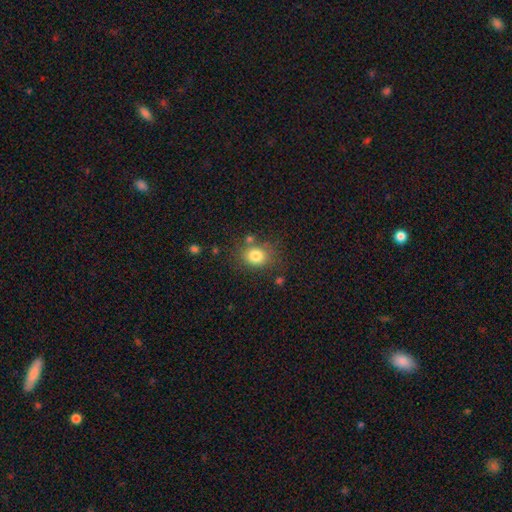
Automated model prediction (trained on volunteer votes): Smooth or featured? smooth (81%)
How rounded? round (61%)
Merging? none (72%)